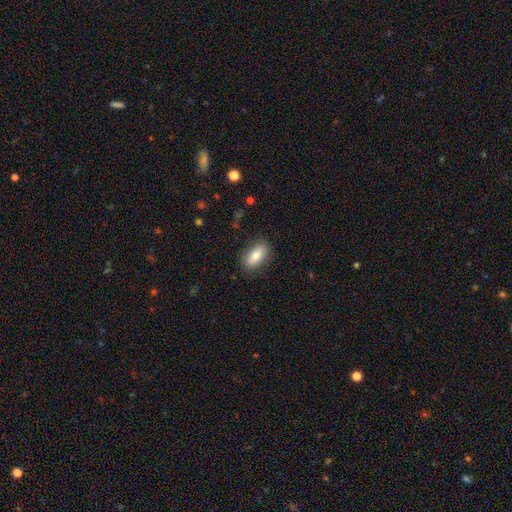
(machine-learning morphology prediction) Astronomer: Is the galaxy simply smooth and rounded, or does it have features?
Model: smooth — 79%.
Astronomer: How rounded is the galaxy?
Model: in between — 89%.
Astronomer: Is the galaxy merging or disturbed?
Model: none — 83%.